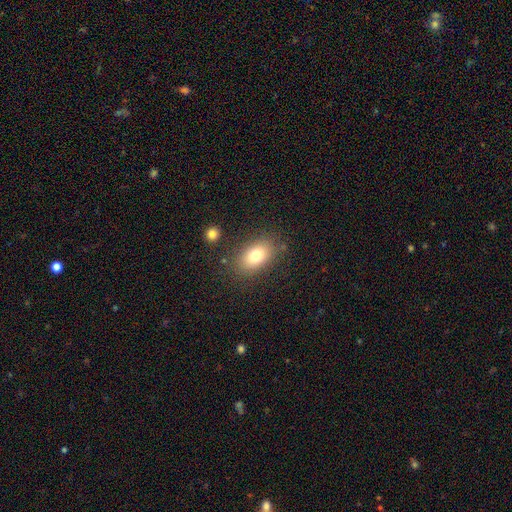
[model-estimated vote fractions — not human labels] smooth-or-featured: smooth: 77% | featured or disk: 13% | star or artifact: 10%
  how-rounded: in between: 87% | round: 11% | cigar-shaped: 2%
  merging: none: 81% | minor disturbance: 12% | major disturbance: 4% | merger: 3%